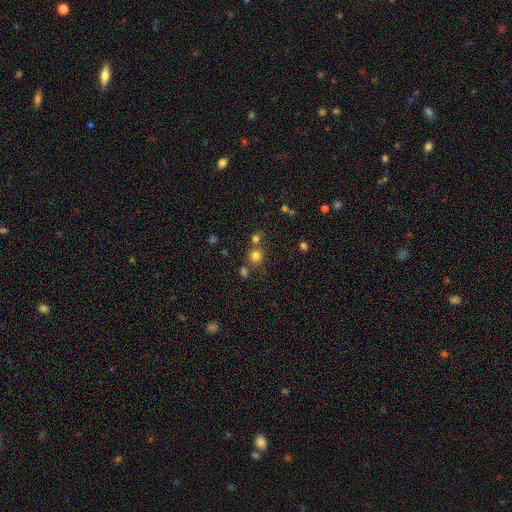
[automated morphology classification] smooth 75%, star or artifact 18%, featured or disk 7%. Down the decision tree: how rounded — round (89%); merging — none (65%).